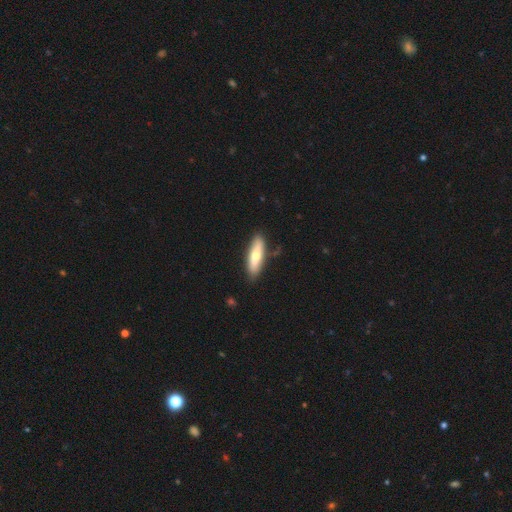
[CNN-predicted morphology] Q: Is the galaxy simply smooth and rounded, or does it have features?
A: smooth — 61%.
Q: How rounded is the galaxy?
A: cigar-shaped — 59%.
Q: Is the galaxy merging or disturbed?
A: none — 84%.